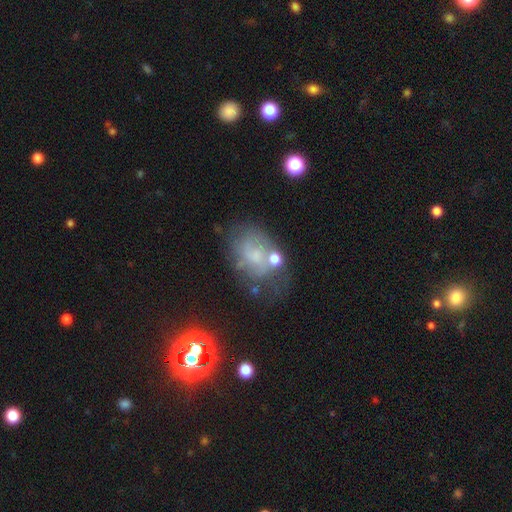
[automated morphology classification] Overall: featured or disk (49%; smooth 35%). Merging: none (42%; minor disturbance 24%).